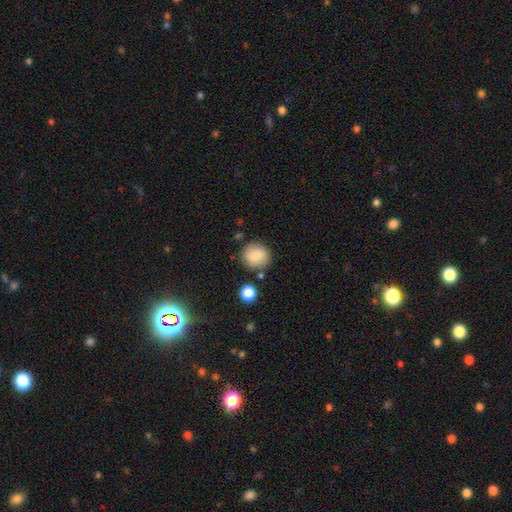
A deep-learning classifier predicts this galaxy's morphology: Smooth or featured? smooth (83%)
How rounded? round (86%)
Merging? none (80%)